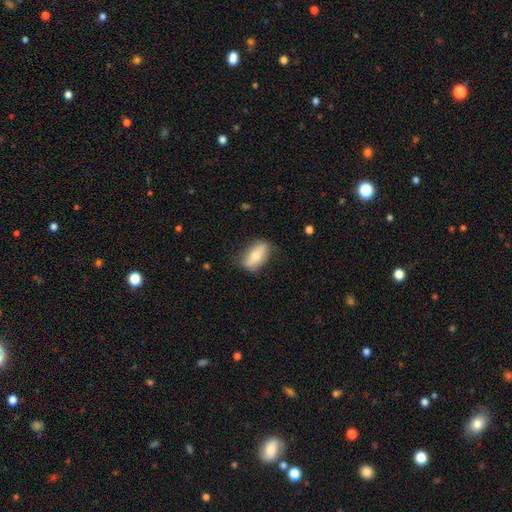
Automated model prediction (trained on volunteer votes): Morphology: type=smooth (60%); roundness=in between (86%); merging=none (76%).